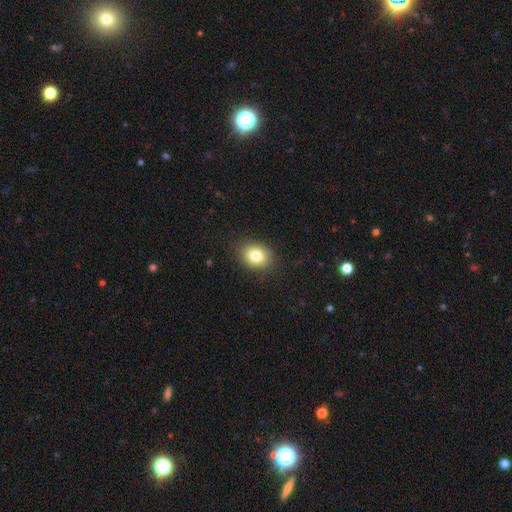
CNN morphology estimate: Smooth or featured? smooth (81%)
How rounded? in between (56%)
Merging? none (87%)